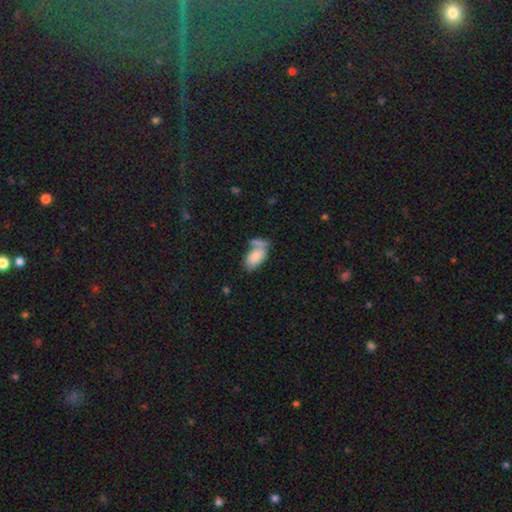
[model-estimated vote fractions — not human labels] Morphology: type=smooth (82%); roundness=in between (94%); merging=none (45%).